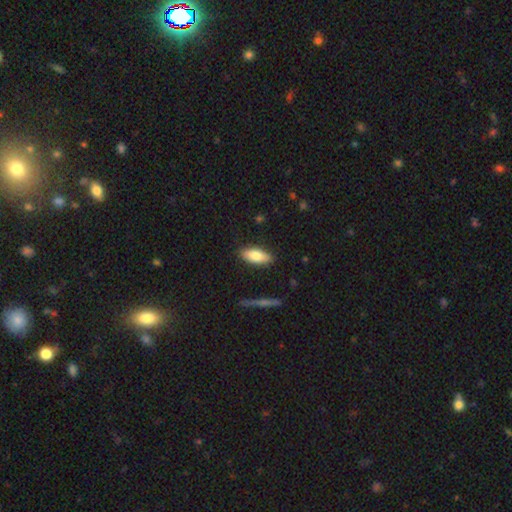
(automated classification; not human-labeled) smooth 78%, featured or disk 15%, star or artifact 6%. Down the decision tree: how rounded — in between (79%); merging — none (87%).